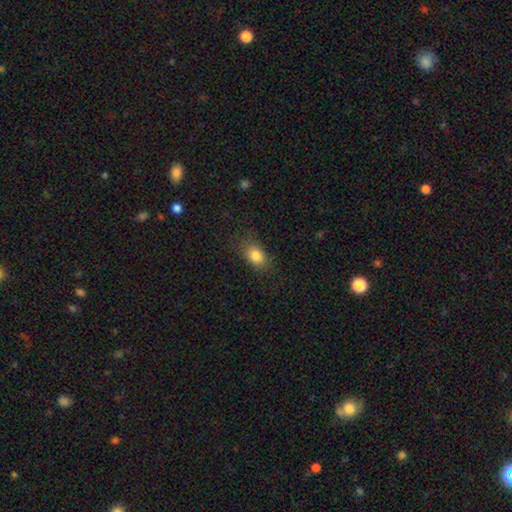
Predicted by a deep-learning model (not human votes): smooth_or_featured: smooth (p=0.83) [alt: star or artifact p=0.10]
how_rounded: in between (p=0.71) [alt: round p=0.28]
merging: none (p=0.78) [alt: minor disturbance p=0.16]